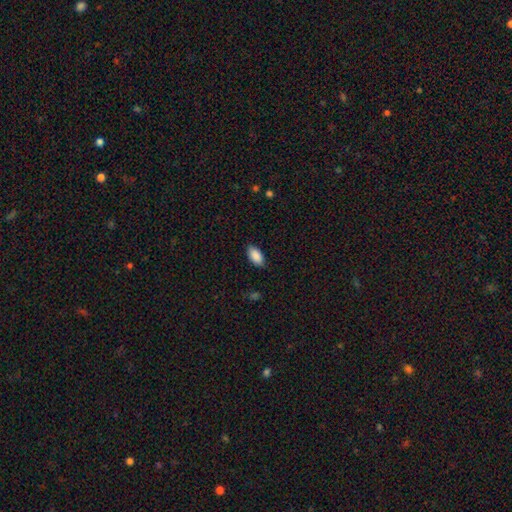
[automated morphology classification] Q: Smooth or featured?
A: smooth (89%); runner-up: star or artifact (7%)
Q: How rounded?
A: in between (94%); runner-up: round (3%)
Q: Merging?
A: none (86%); runner-up: minor disturbance (11%)